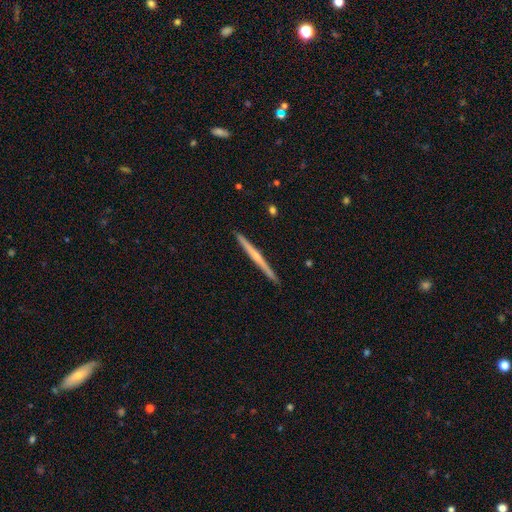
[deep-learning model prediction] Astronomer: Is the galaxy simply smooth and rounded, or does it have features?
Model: featured or disk — 65%.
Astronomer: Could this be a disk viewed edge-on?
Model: yes — 98%.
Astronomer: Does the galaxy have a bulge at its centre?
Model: none — 52% (runner-up: rounded, 42%).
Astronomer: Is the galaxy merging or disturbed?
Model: none — 92%.